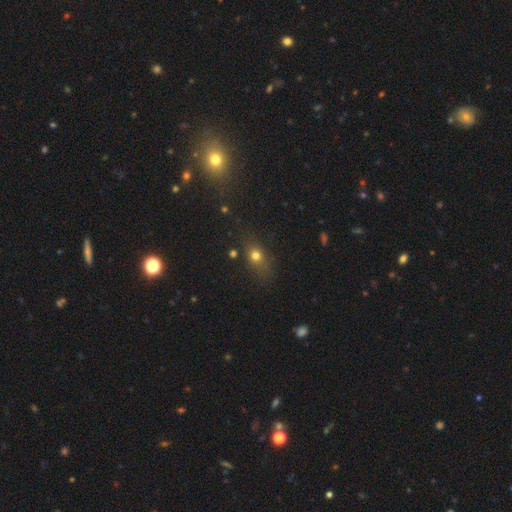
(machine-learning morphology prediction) smooth 69%, star or artifact 18%, featured or disk 13%. Down the decision tree: how rounded — in between (50%); merging — none (70%).